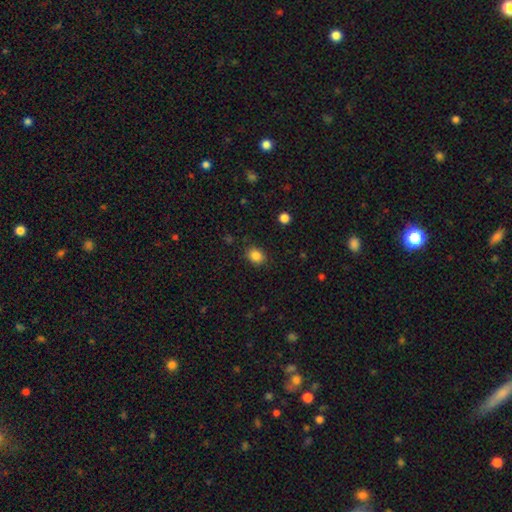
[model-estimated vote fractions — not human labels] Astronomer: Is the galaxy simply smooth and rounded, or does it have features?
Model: smooth — 86%.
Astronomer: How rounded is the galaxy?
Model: round — 57% (runner-up: in between, 42%).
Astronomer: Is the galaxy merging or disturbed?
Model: none — 86%.